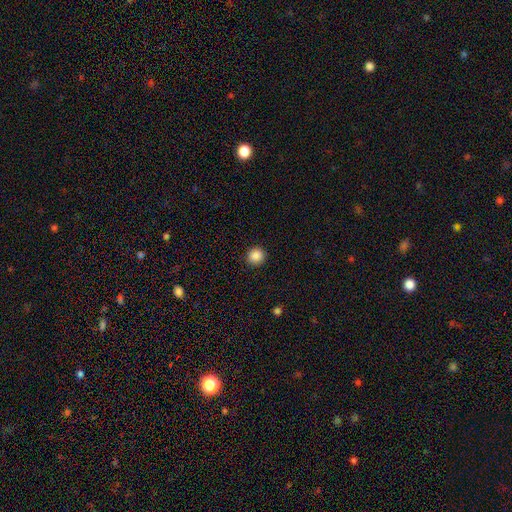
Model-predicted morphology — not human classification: The model was most divided on "smooth or featured": smooth: 88%, star or artifact: 10%, featured or disk: 3%. More confident: how rounded — round (92%); merging — none (92%).